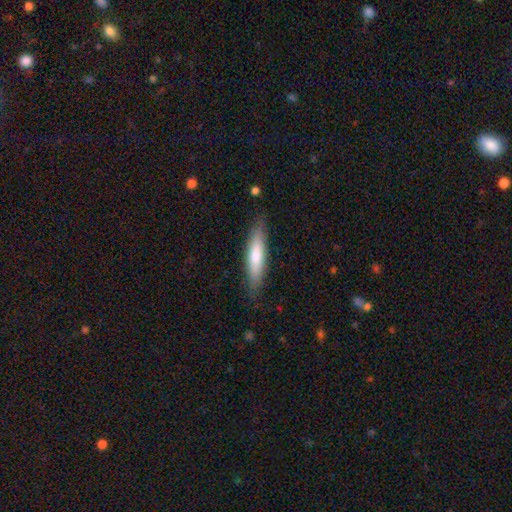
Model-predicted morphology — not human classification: smooth_or_featured: smooth (p=0.64) [alt: featured or disk p=0.30]
how_rounded: cigar-shaped (p=0.83) [alt: in between p=0.16]
merging: none (p=0.86) [alt: minor disturbance p=0.11]